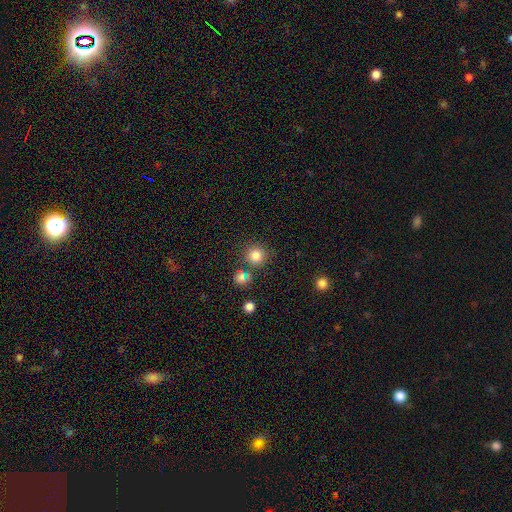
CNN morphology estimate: smooth-or-featured: smooth: 82% | star or artifact: 13% | featured or disk: 5%
  how-rounded: round: 93% | in between: 6% | cigar-shaped: 1%
  merging: none: 81% | merger: 8% | minor disturbance: 8% | major disturbance: 3%